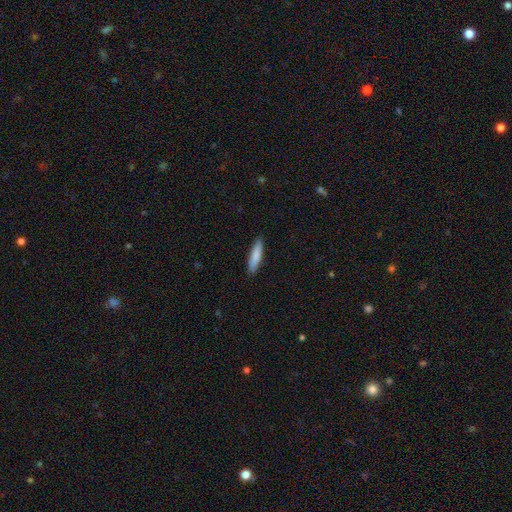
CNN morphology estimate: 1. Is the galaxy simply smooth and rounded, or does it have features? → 83% smooth, 11% featured or disk, 5% star or artifact.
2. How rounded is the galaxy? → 81% cigar-shaped, 18% in between, 1% round.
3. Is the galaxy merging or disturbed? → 90% none, 8% minor disturbance, 2% major disturbance, 1% merger.